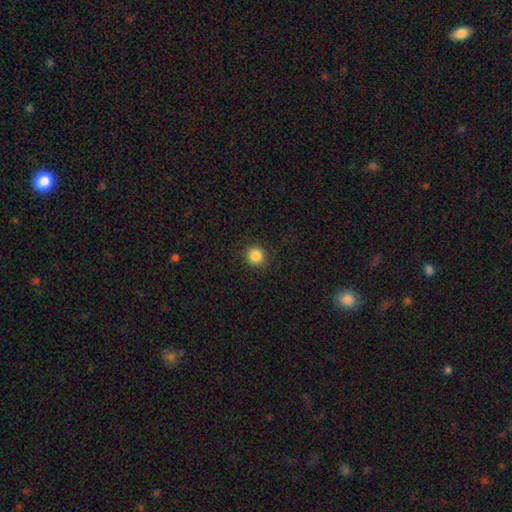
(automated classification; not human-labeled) smooth 85%, star or artifact 11%, featured or disk 4%. Down the decision tree: how rounded — round (92%); merging — none (91%).